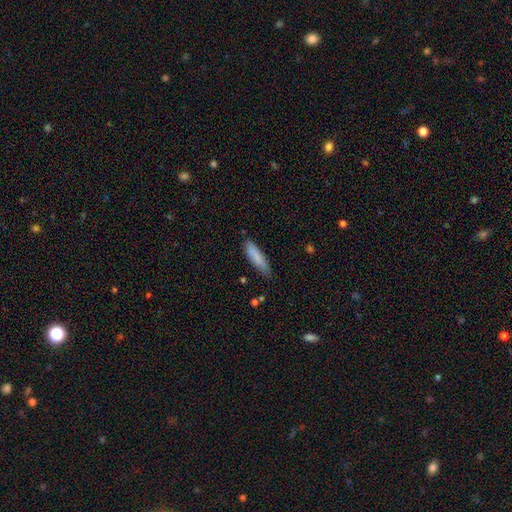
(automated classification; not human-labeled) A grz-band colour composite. It shows a smooth galaxy with no disk features (82%) that is cigar-shaped (73%). Merging: none (73%).